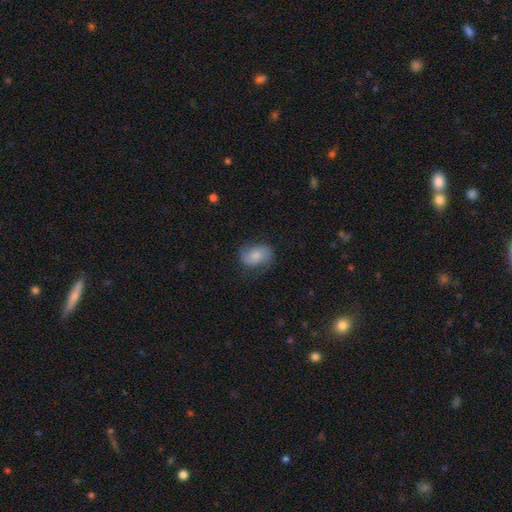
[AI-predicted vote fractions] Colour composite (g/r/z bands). It shows a smooth galaxy with no disk features (57%) that is in between round and cigar-shaped (71%). Merging: none (66%).